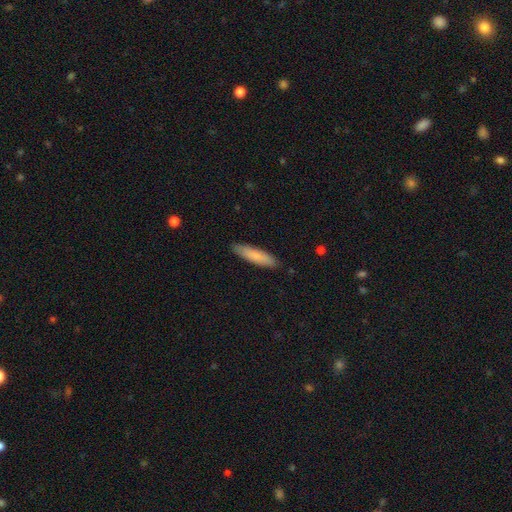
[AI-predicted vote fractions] This is clearly a smooth galaxy (81%). How rounded: likely cigar-shaped (76%). Merging: clearly none (88%).